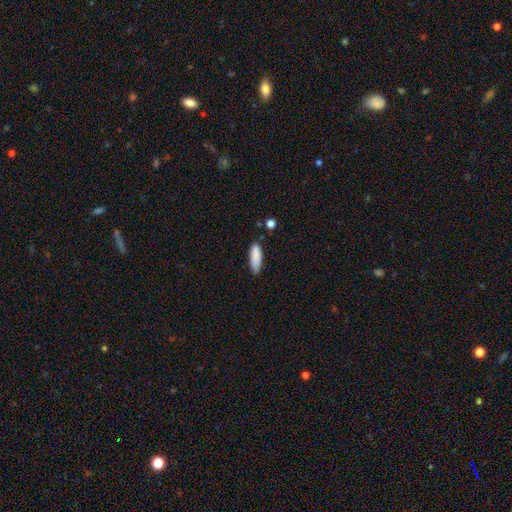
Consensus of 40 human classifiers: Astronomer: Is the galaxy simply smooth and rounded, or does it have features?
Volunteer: smooth — 78%.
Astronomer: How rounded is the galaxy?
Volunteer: cigar-shaped — 61% (runner-up: in between, 39%).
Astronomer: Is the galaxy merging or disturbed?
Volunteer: none — 78%.